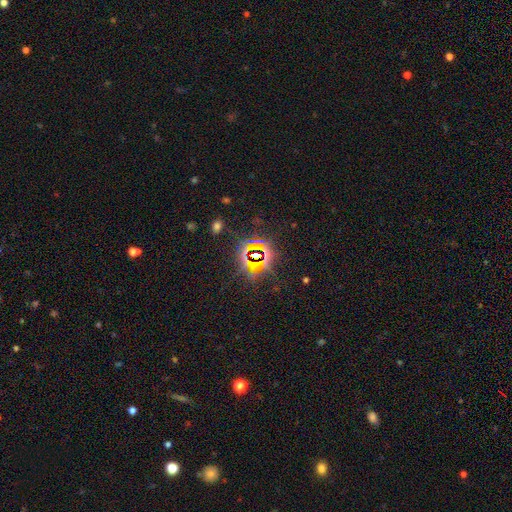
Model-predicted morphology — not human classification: Smooth or featured? Predicted: star or artifact (p=0.80).